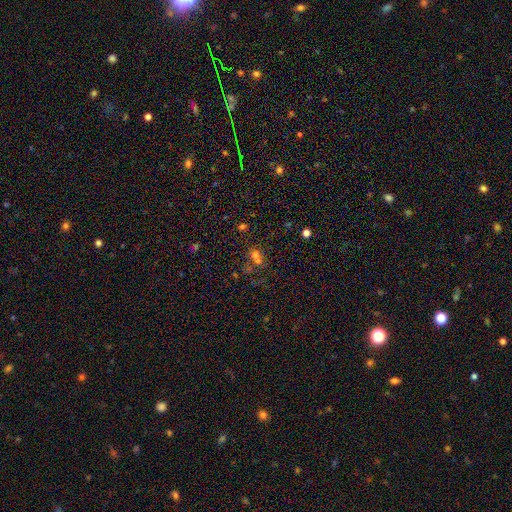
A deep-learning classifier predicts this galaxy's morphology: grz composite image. It shows a smooth galaxy with no disk features (55%) that is round (73%). Merging: merger (46%).